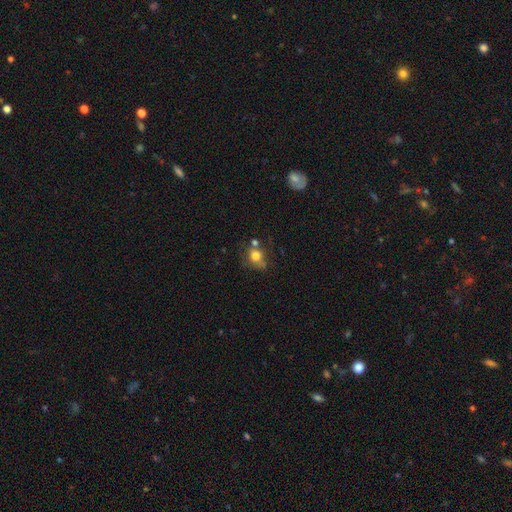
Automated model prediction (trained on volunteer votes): A smooth galaxy with no disk features (72%) that is round (59%).

Vote fractions:
- Smooth or featured? smooth: 72% / featured or disk: 16% / star or artifact: 12%
- How rounded? round: 59% / in between: 39% / cigar-shaped: 2%
- Merging? none: 46% / minor disturbance: 24% / merger: 18% / major disturbance: 13%